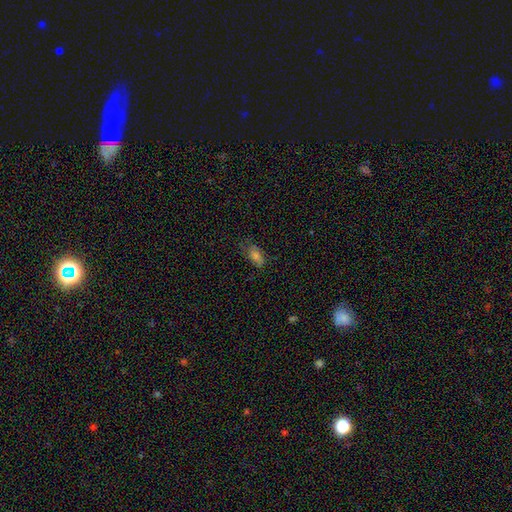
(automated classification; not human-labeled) Smooth or featured? Predicted: smooth (p=0.58). How rounded? Predicted: in between (p=0.83). Merging? Predicted: none (p=0.66).